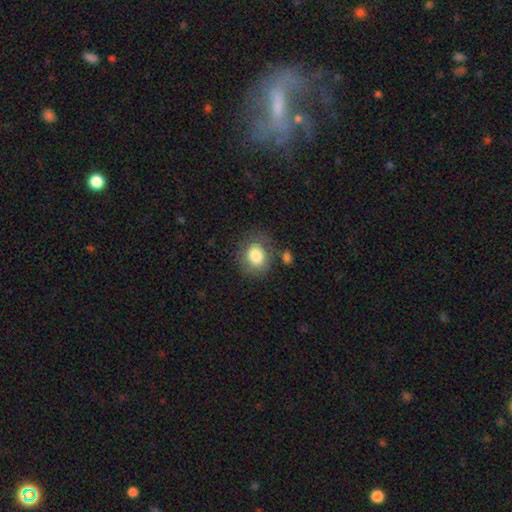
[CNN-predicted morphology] Smooth or featured? smooth (81%)
How rounded? round (65%)
Merging? none (68%)